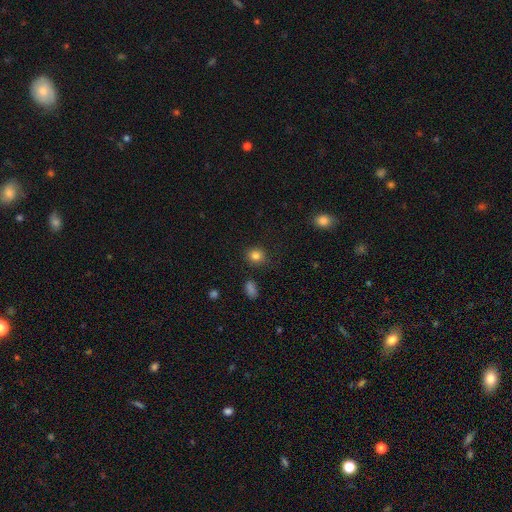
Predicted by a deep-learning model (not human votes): A smooth galaxy with no disk features (83%) that is round (76%).

Vote fractions:
- Smooth or featured? smooth: 83% / star or artifact: 12% / featured or disk: 5%
- How rounded? round: 76% / in between: 23% / cigar-shaped: 1%
- Merging? none: 85% / minor disturbance: 10% / major disturbance: 3% / merger: 3%